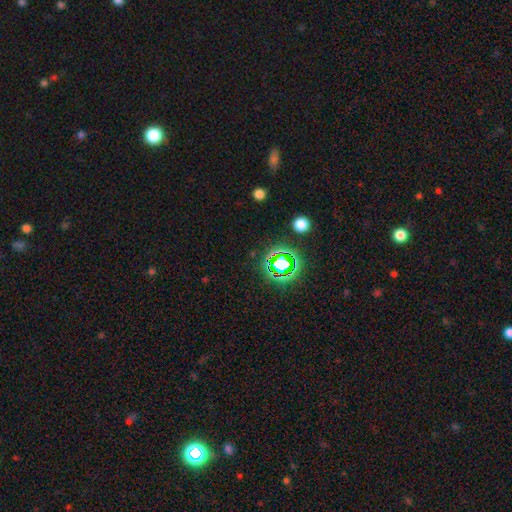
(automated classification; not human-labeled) Smooth or featured?
  - star or artifact: 75% *
  - smooth: 17%
  - featured or disk: 8%